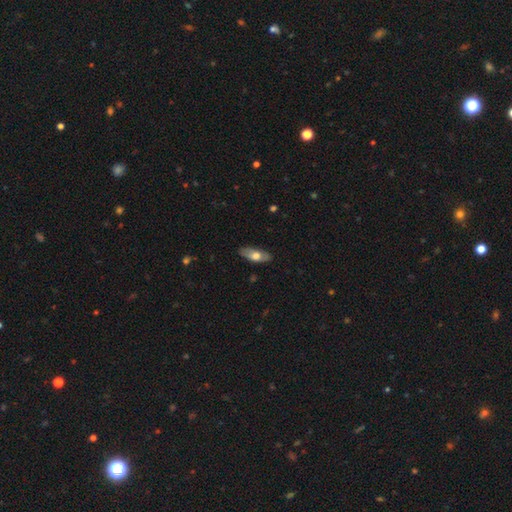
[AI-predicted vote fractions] Smooth or featured? Predicted: smooth (p=0.59). How rounded? Predicted: in between (p=0.74). Merging? Predicted: none (p=0.81).